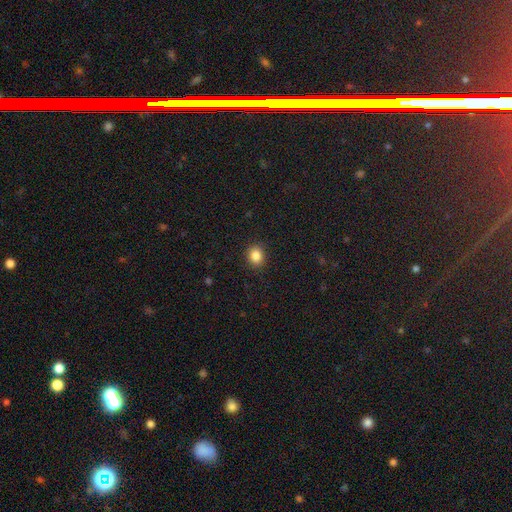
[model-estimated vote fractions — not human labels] smooth_or_featured: smooth (p=0.85) [alt: star or artifact p=0.10]
how_rounded: round (p=0.74) [alt: in between p=0.25]
merging: none (p=0.90) [alt: minor disturbance p=0.07]